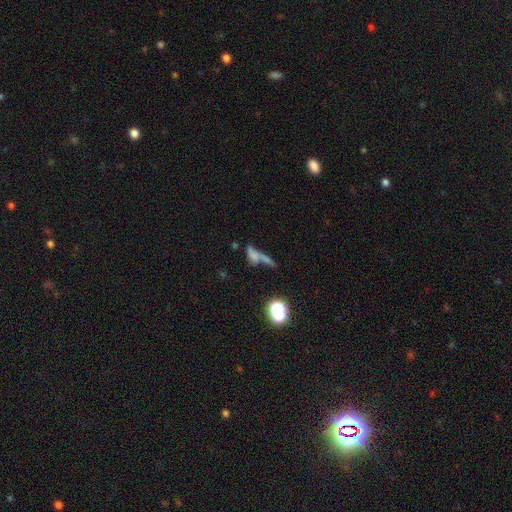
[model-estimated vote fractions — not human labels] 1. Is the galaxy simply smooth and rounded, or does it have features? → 49% smooth, 31% featured or disk, 20% star or artifact.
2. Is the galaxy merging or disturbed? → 45% merger, 27% none, 17% major disturbance, 12% minor disturbance.